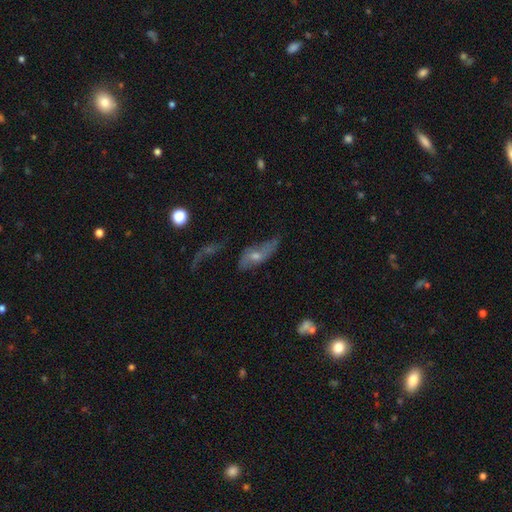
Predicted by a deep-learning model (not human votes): featured or disk 58%, smooth 30%, star or artifact 13%. Down the decision tree: edge-on disk — no (78%); merging — none (46%).